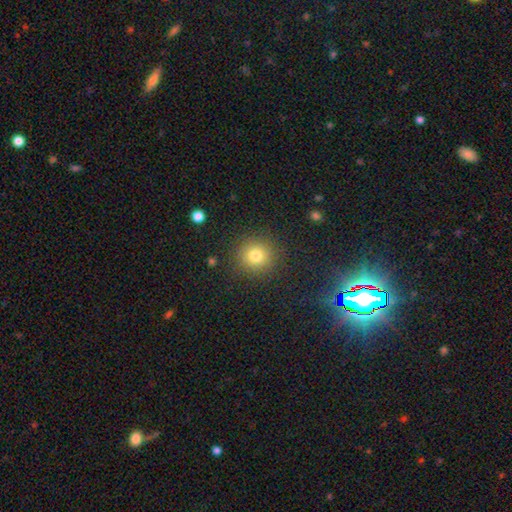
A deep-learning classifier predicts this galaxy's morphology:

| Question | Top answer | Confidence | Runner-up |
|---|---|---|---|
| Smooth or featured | smooth | 78% | star or artifact (14%) |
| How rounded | round | 91% | in between (8%) |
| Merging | none | 89% | minor disturbance (7%) |